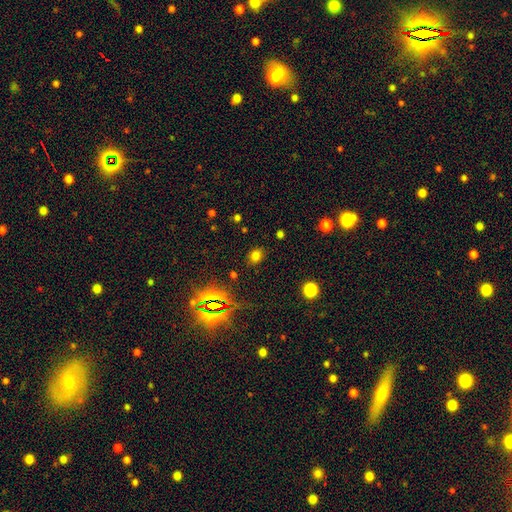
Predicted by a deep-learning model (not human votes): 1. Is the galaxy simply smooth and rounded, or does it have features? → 71% smooth, 23% star or artifact, 6% featured or disk.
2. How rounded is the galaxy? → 58% round, 41% in between, 1% cigar-shaped.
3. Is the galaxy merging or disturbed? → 85% none, 10% minor disturbance, 3% major disturbance, 2% merger.